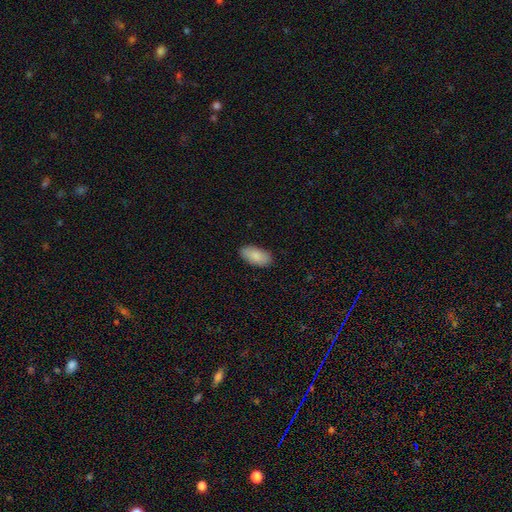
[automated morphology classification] type=smooth (87%); roundness=in between (94%); merging=none (88%).